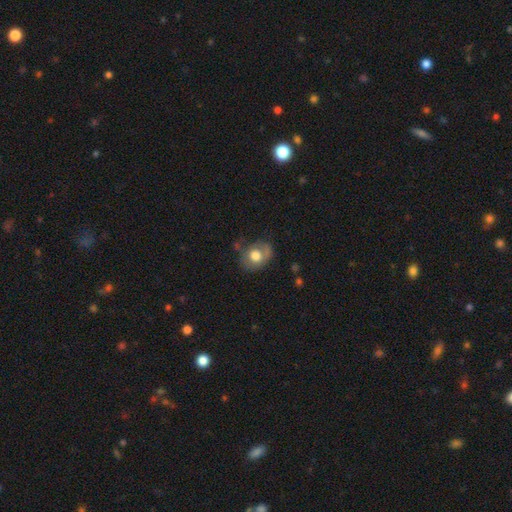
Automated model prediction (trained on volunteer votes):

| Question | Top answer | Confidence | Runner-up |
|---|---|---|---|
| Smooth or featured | smooth | 64% | featured or disk (28%) |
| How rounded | round | 50% | in between (49%) |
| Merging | none | 58% | minor disturbance (27%) |